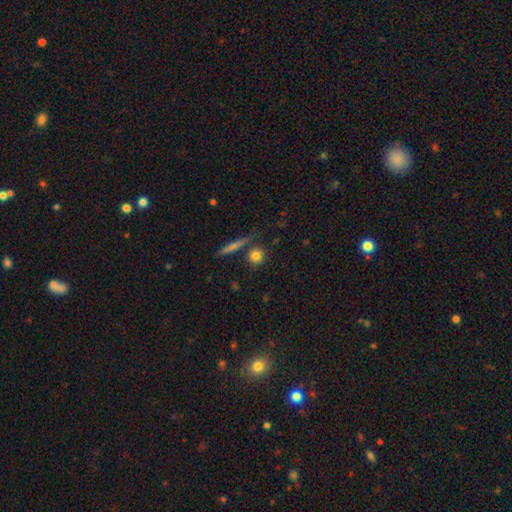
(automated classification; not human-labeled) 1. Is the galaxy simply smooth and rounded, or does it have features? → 81% smooth, 10% featured or disk, 9% star or artifact.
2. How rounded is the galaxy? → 83% round, 11% in between, 7% cigar-shaped.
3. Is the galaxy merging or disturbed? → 77% none, 10% merger, 9% minor disturbance, 3% major disturbance.